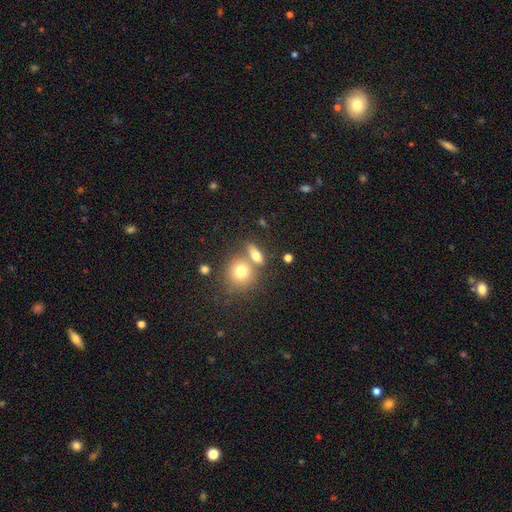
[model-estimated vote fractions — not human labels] smooth 73%, featured or disk 17%, star or artifact 11%. Down the decision tree: how rounded — in between (57%); merging — none (52%).